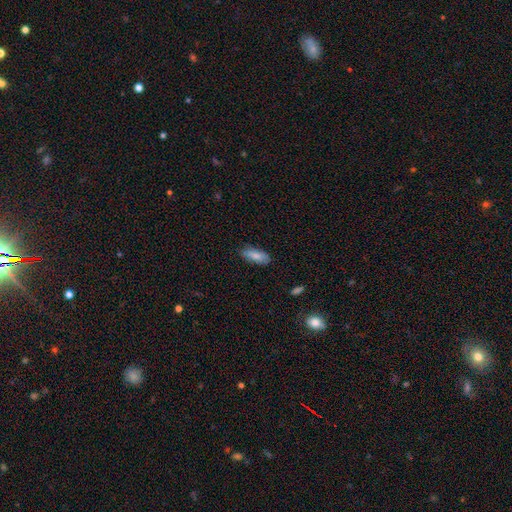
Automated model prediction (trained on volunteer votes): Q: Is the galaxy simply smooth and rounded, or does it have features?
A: smooth — 79%.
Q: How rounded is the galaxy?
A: in between — 79%.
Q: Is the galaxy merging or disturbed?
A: none — 81%.